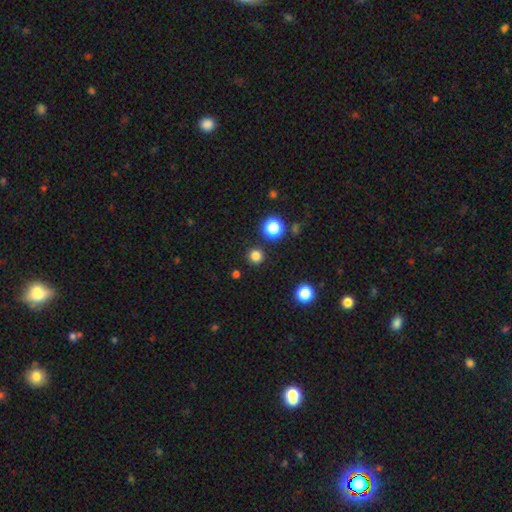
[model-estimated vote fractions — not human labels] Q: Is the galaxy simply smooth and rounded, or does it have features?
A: smooth — 80%.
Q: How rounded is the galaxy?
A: round — 95%.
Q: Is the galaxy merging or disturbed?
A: none — 90%.